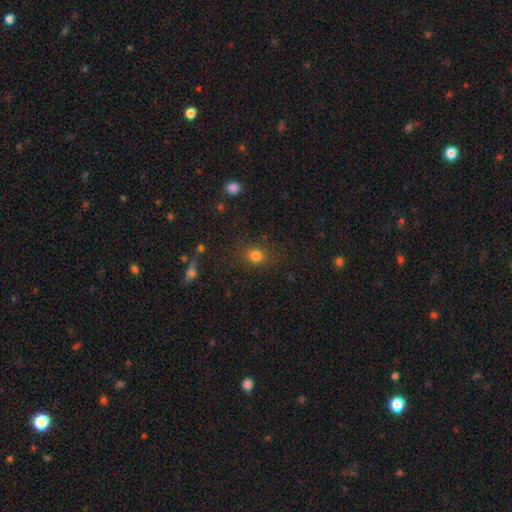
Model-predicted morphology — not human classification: smooth 78%, star or artifact 15%, featured or disk 7%. Down the decision tree: how rounded — round (69%); merging — none (80%).